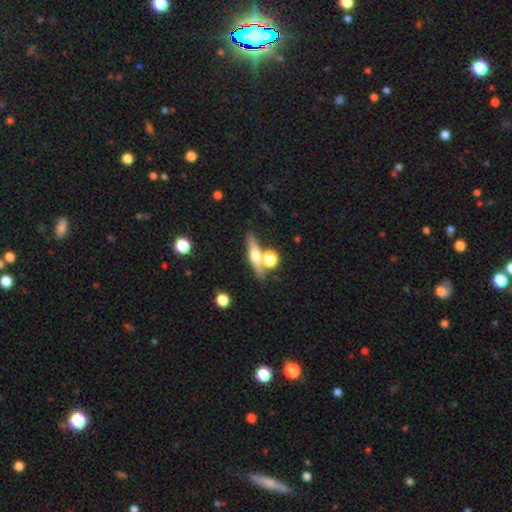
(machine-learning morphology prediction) smooth-or-featured: featured or disk: 52% | smooth: 38% | star or artifact: 10%
  disk-edge-on: yes: 89% | no: 11%
  merging: none: 67% | merger: 18% | minor disturbance: 11% | major disturbance: 4%